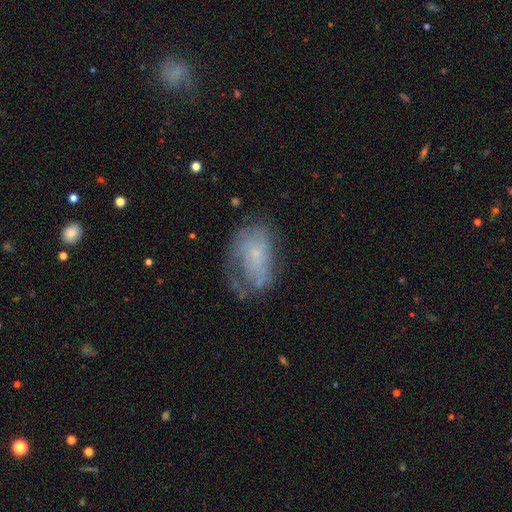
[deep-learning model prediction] Smooth or featured? Predicted: featured or disk (p=0.50). Edge-on disk? Predicted: no (p=0.96). Merging? Predicted: none (p=0.39).